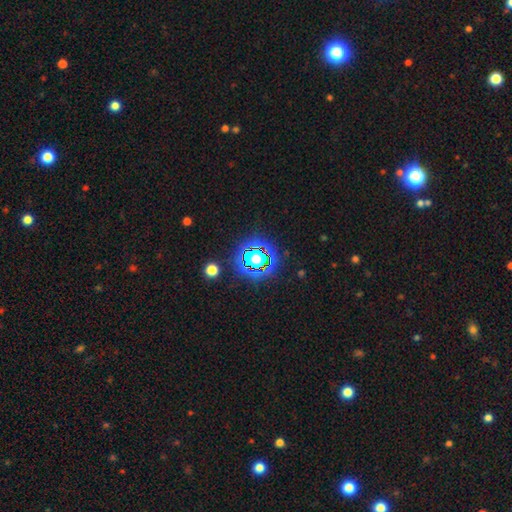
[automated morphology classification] smooth_or_featured: star or artifact (p=0.80) [alt: smooth p=0.12]